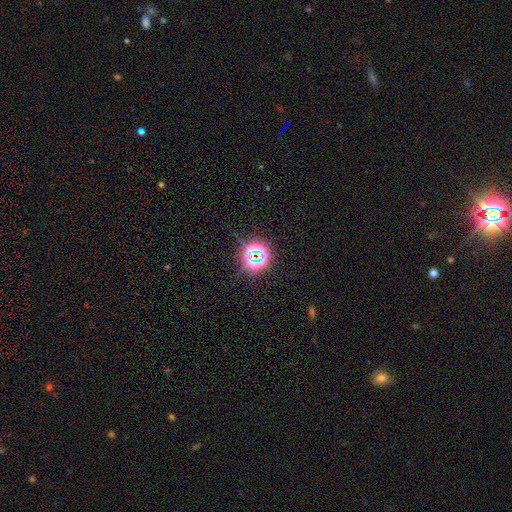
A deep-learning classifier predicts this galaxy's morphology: This is likely a star or artifact rather than a galaxy (76%).